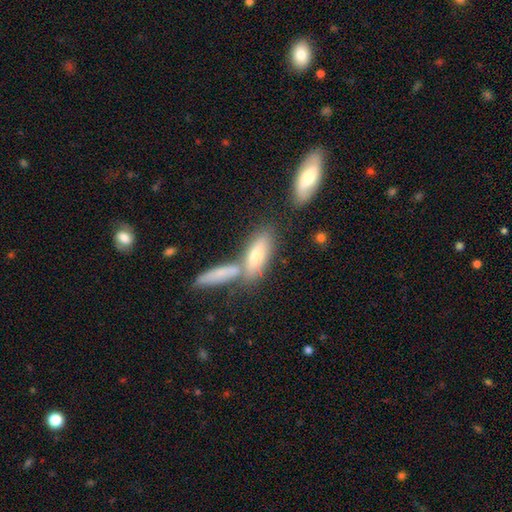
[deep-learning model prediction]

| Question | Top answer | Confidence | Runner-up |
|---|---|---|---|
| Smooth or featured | smooth | 66% | featured or disk (27%) |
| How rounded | in between | 60% | cigar-shaped (38%) |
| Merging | none | 47% | merger (36%) |